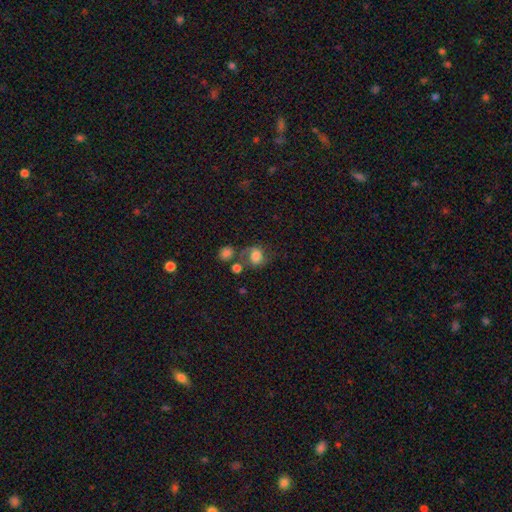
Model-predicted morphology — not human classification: smooth_or_featured: smooth (p=0.61) [alt: featured or disk p=0.28]
how_rounded: round (p=0.64) [alt: in between p=0.35]
merging: none (p=0.44) [alt: minor disturbance p=0.20]